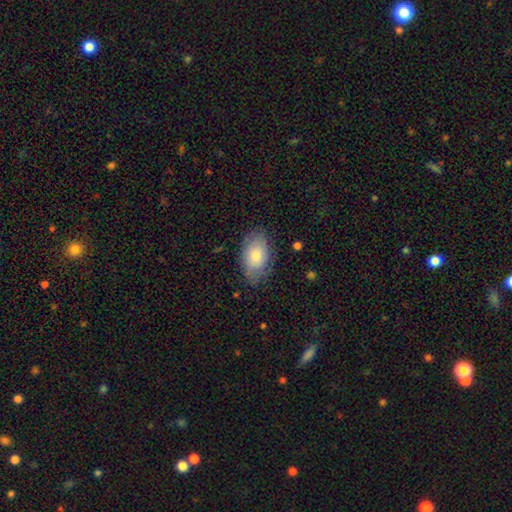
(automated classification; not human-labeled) smooth 73%, featured or disk 21%, star or artifact 6%. Down the decision tree: how rounded — in between (93%); merging — none (73%).